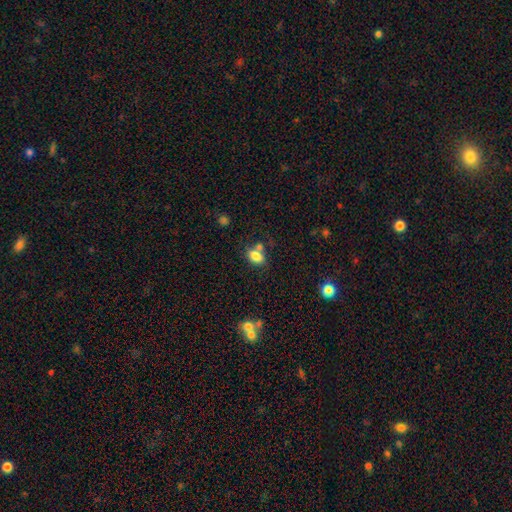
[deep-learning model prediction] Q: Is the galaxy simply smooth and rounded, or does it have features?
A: smooth — 81%.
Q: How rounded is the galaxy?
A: in between — 83%.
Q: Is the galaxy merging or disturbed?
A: none — 54%.